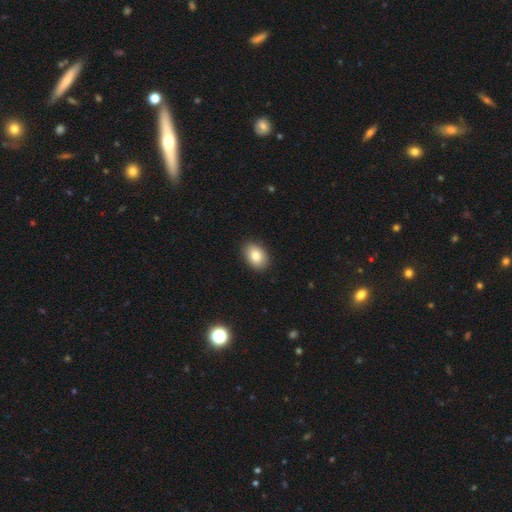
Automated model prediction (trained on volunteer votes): Morphology: type=smooth (82%); roundness=in between (81%); merging=none (89%).